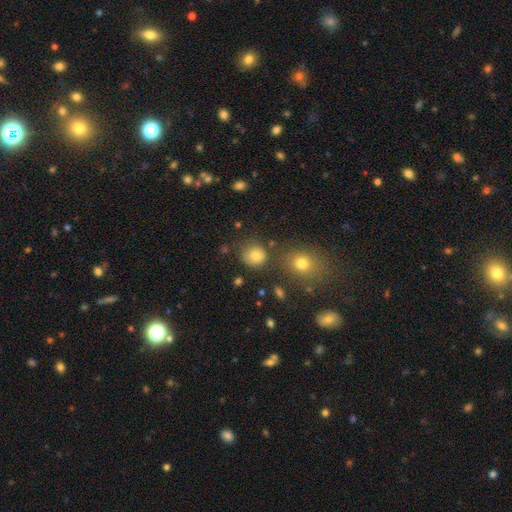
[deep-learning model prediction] Overall: smooth (77%). How rounded: round (85%). Merging: none (75%).